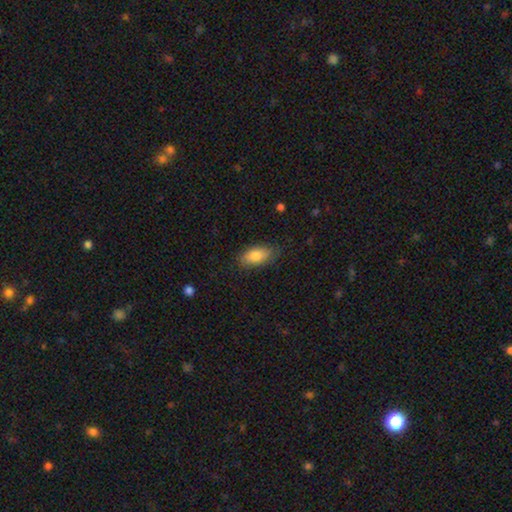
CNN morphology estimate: smooth_or_featured: smooth (p=0.82) [alt: featured or disk p=0.12]
how_rounded: in between (p=0.91) [alt: cigar-shaped p=0.06]
merging: none (p=0.79) [alt: minor disturbance p=0.16]